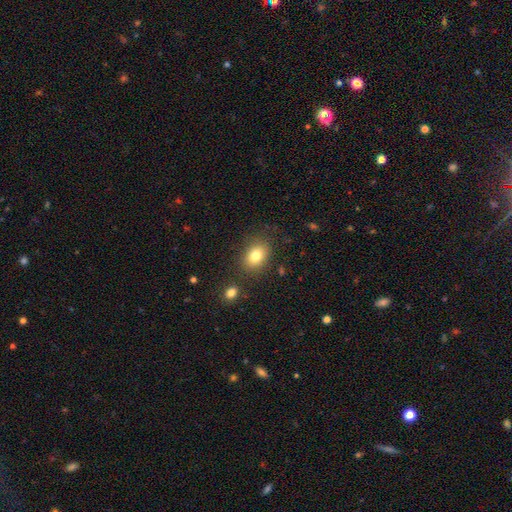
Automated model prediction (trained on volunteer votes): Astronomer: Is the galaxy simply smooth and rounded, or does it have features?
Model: smooth — 81%.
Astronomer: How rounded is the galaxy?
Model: in between — 73%.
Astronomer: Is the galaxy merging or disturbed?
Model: none — 82%.